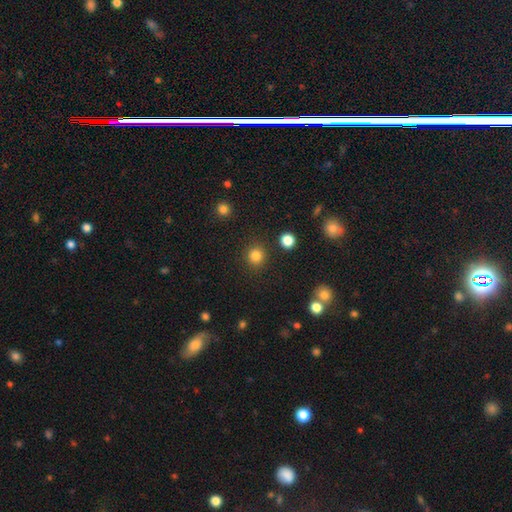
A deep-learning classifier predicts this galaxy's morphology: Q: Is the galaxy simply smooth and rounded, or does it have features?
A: smooth — 83%.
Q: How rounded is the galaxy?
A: round — 92%.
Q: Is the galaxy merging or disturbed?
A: none — 90%.